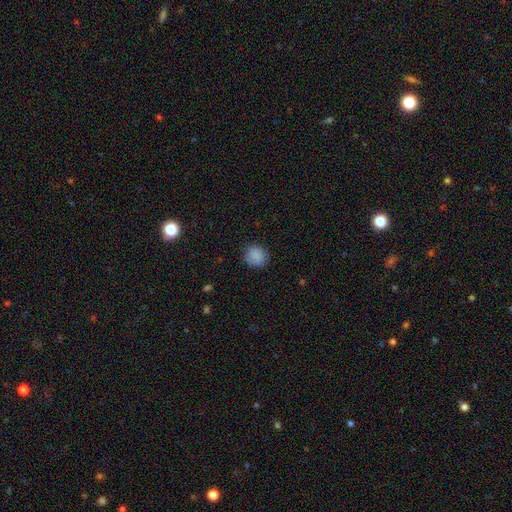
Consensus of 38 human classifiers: This appears to be a smooth galaxy with no disk features (87%) that is round (91%). Merging: none (91%).